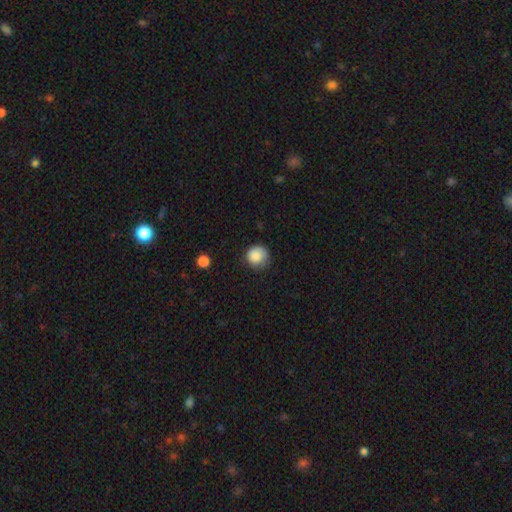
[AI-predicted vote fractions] A smooth galaxy with no disk features (85%) that is round (90%).

Vote fractions:
- Smooth or featured? smooth: 85% / star or artifact: 8% / featured or disk: 6%
- How rounded? round: 90% / in between: 9% / cigar-shaped: 1%
- Merging? none: 71% / minor disturbance: 22% / major disturbance: 6% / merger: 1%